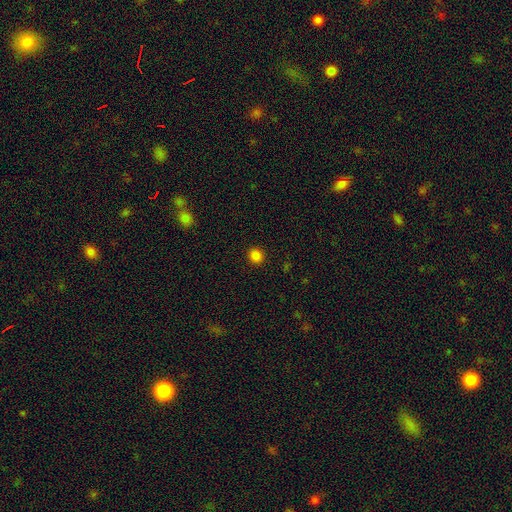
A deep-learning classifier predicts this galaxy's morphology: type=smooth (83%); roundness=round (86%); merging=none (92%).